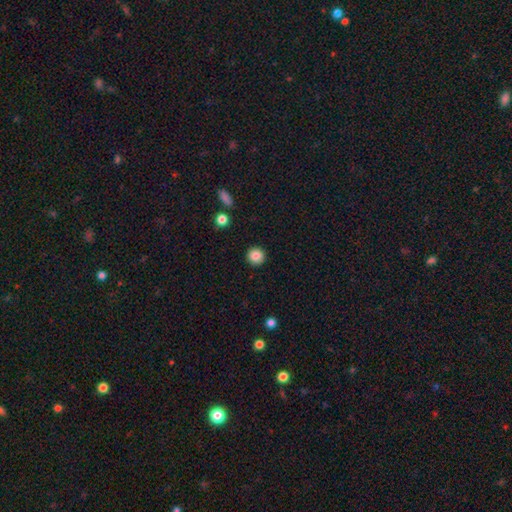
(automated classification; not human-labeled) Smooth or featured? smooth (85%)
How rounded? round (93%)
Merging? none (92%)